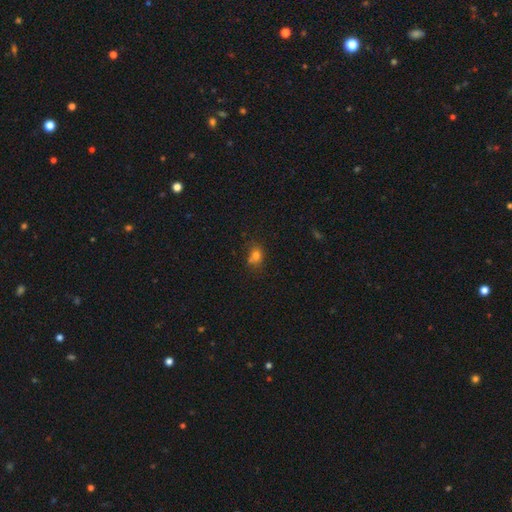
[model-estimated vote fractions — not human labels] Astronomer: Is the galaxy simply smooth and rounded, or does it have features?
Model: smooth — 76%.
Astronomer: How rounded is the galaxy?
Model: round — 51% (runner-up: in between, 48%).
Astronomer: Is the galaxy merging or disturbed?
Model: none — 55%.